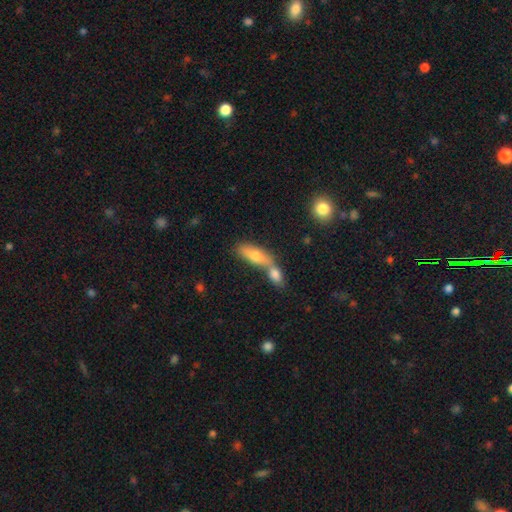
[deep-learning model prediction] smooth 68%, featured or disk 23%, star or artifact 9%. Down the decision tree: how rounded — in between (63%); merging — merger (54%).